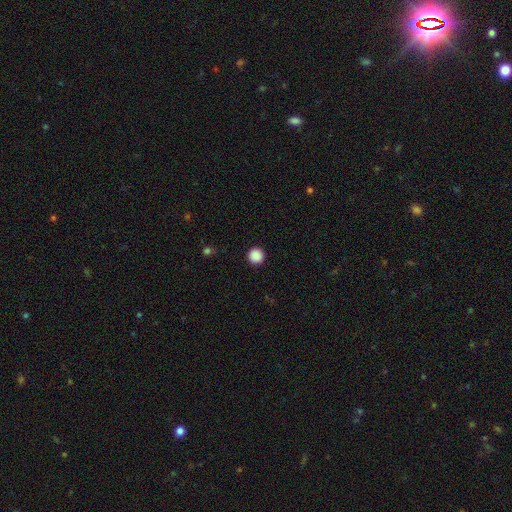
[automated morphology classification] Smooth or featured: smooth — 88% (star or artifact — 9%)
How rounded: round — 96% (in between — 3%)
Merging: none — 93% (minor disturbance — 4%)